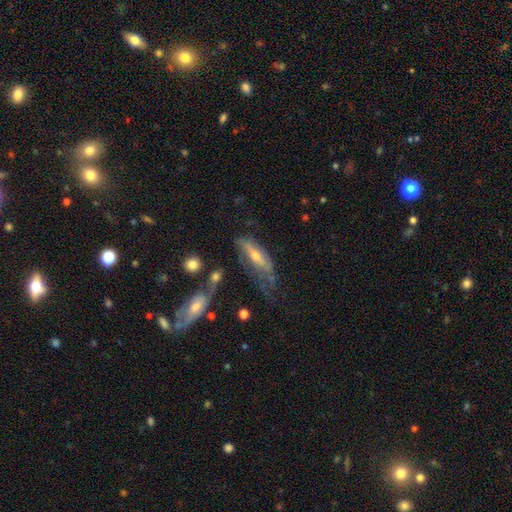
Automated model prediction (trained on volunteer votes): This appears to be a featured or disk galaxy (59%). Merging: none (32%).